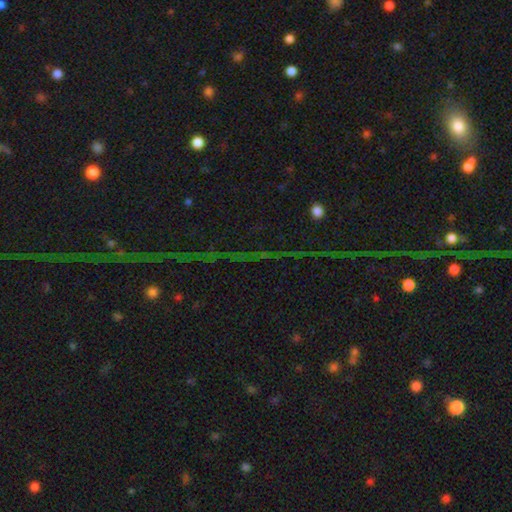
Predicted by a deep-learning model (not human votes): Morphology: type=star or artifact (79%).